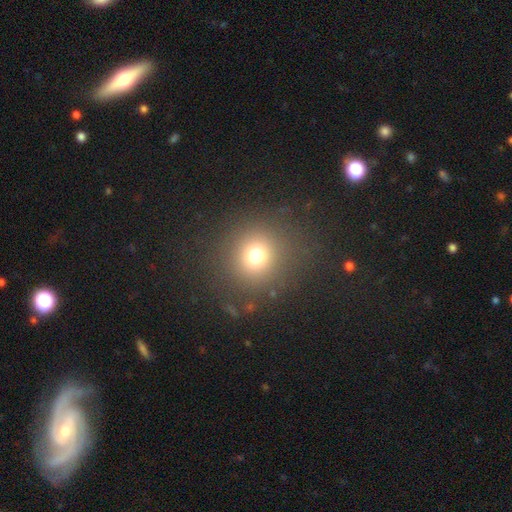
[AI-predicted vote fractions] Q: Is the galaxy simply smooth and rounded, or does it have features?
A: smooth — 73%.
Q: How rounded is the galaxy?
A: round — 91%.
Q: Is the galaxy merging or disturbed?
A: none — 84%.